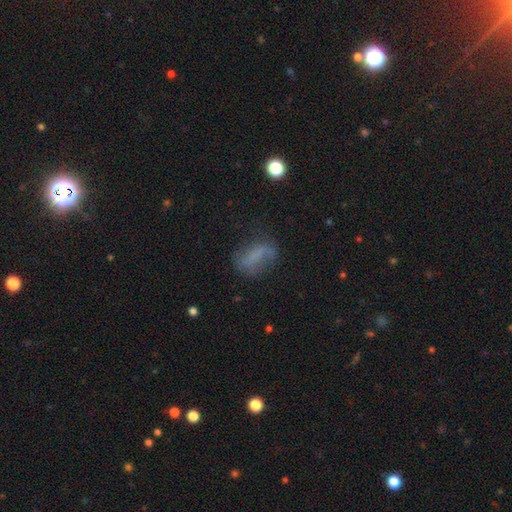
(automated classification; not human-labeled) Overall: smooth (52%; featured or disk 34%). How rounded: in between (76%). Merging: none (55%; minor disturbance 25%).